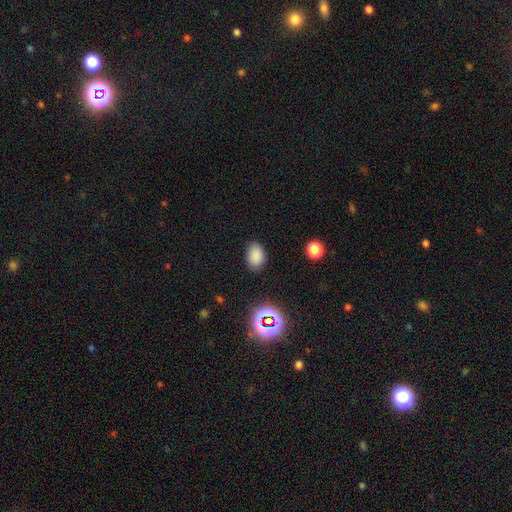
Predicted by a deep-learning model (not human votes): The model was most divided on "how rounded": in between: 83%, round: 15%, cigar-shaped: 1%. More confident: merging — none (83%); smooth or featured — smooth (82%).